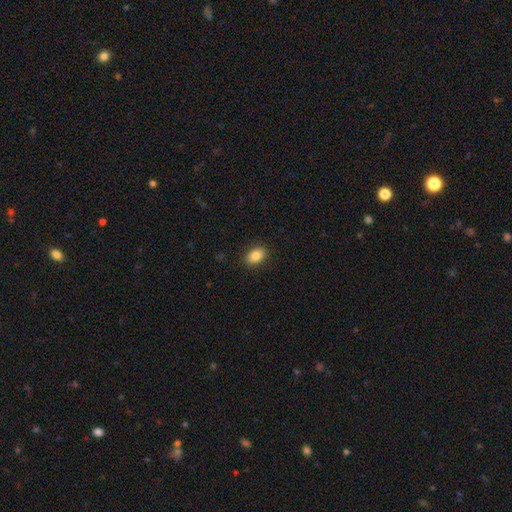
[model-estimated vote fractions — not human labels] smooth-or-featured: smooth: 85% | star or artifact: 8% | featured or disk: 6%
  how-rounded: in between: 82% | round: 17% | cigar-shaped: 1%
  merging: none: 89% | minor disturbance: 8% | major disturbance: 2% | merger: 1%